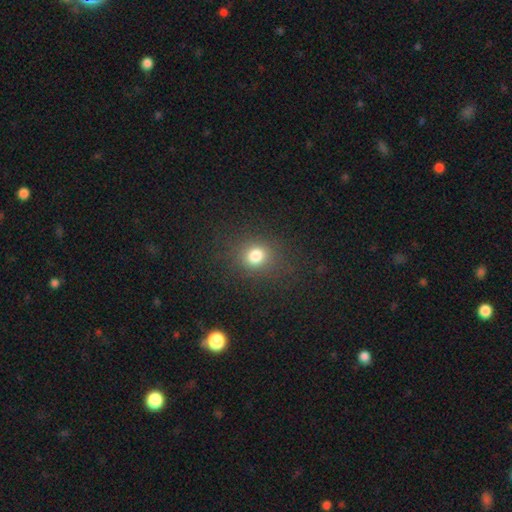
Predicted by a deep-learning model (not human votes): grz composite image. It shows a smooth galaxy with no disk features (77%) that is round (76%). Merging: none (85%).